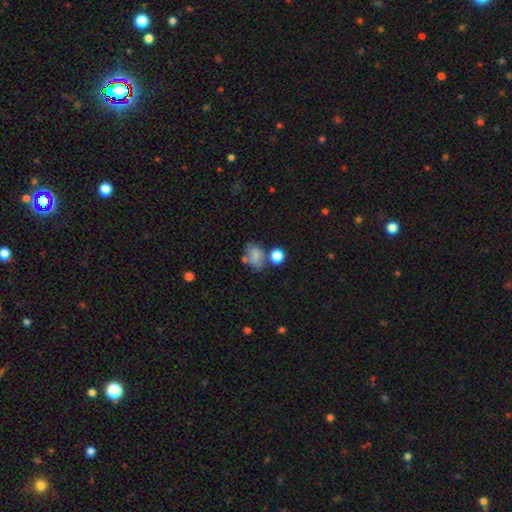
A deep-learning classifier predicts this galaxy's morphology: Smooth or featured?
  - smooth: 76% *
  - featured or disk: 14%
  - star or artifact: 11%
How rounded?
  - in between: 73% *
  - round: 26%
  - cigar-shaped: 2%
Merging?
  - none: 45% *
  - merger: 25%
  - minor disturbance: 21%
  - major disturbance: 10%